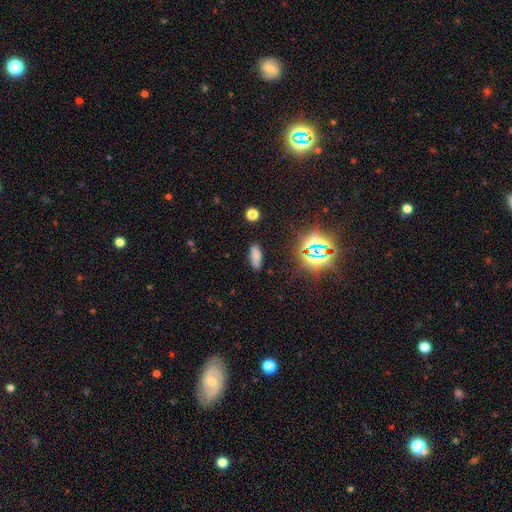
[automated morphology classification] The model was most divided on "how rounded": in between: 69%, cigar-shaped: 28%, round: 3%. More confident: merging — none (84%); smooth or featured — smooth (72%).